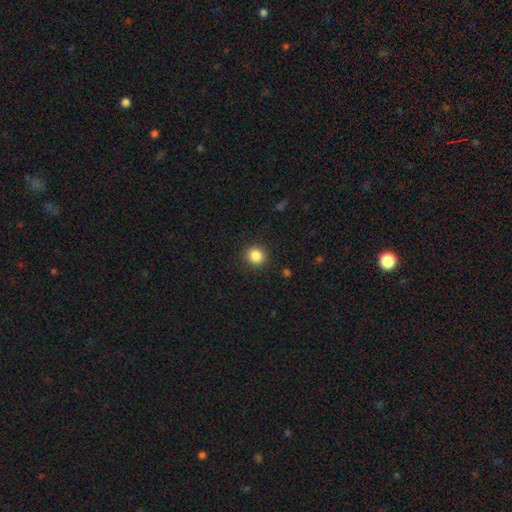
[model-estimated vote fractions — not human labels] Smooth or featured? Predicted: smooth (p=0.86). How rounded? Predicted: round (p=0.90). Merging? Predicted: none (p=0.90).